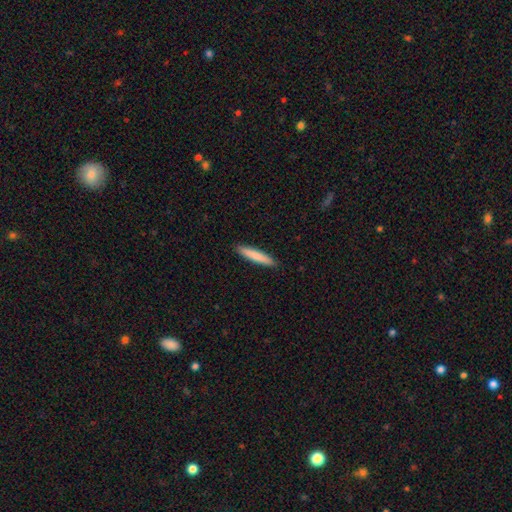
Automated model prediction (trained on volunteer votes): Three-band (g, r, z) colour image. It shows a smooth galaxy with no disk features (80%) that is cigar-shaped (92%). Merging: none (92%).